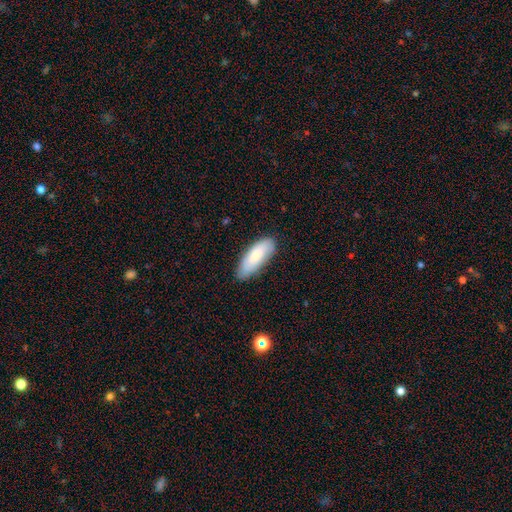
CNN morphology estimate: smooth 79%, featured or disk 15%, star or artifact 6%. Down the decision tree: how rounded — in between (72%); merging — none (81%).